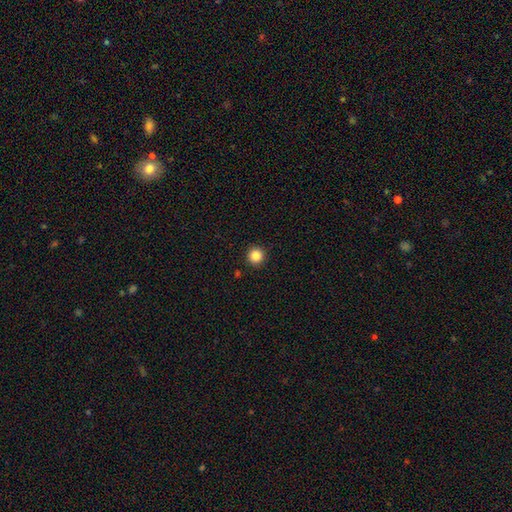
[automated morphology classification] smooth_or_featured: smooth (p=0.86) [alt: star or artifact p=0.10]
how_rounded: round (p=0.95) [alt: in between p=0.04]
merging: none (p=0.92) [alt: minor disturbance p=0.05]